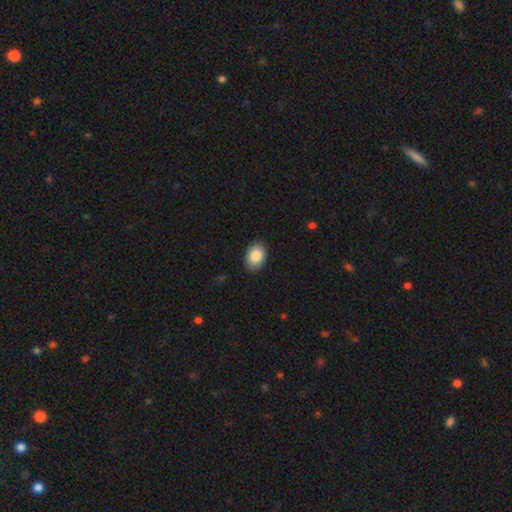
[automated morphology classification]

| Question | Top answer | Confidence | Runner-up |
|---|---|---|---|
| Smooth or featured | smooth | 87% | star or artifact (7%) |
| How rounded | in between | 84% | round (15%) |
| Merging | none | 88% | minor disturbance (9%) |